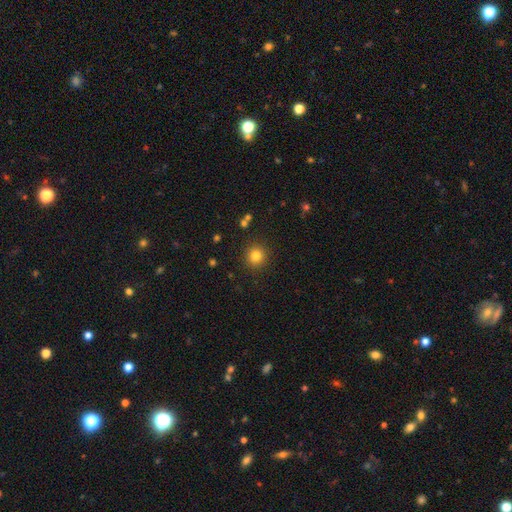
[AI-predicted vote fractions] The model was most divided on "smooth or featured": smooth: 81%, star or artifact: 13%, featured or disk: 6%. More confident: how rounded — round (94%); merging — none (90%).